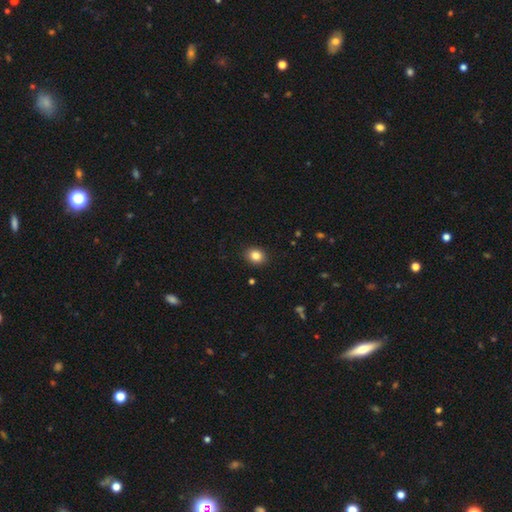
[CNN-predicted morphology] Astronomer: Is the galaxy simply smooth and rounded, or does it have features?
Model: smooth — 84%.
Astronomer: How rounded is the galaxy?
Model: round — 58% (runner-up: in between, 41%).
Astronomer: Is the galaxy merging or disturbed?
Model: none — 90%.